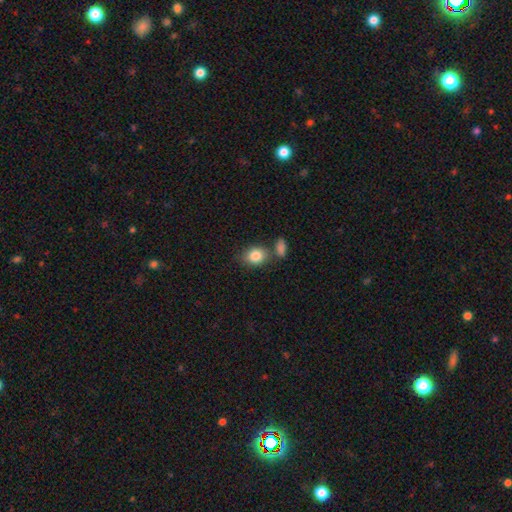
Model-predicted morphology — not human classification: Q: Smooth or featured?
A: smooth (85%); runner-up: star or artifact (8%)
Q: How rounded?
A: round (50%); runner-up: in between (49%)
Q: Merging?
A: none (61%); runner-up: merger (20%)